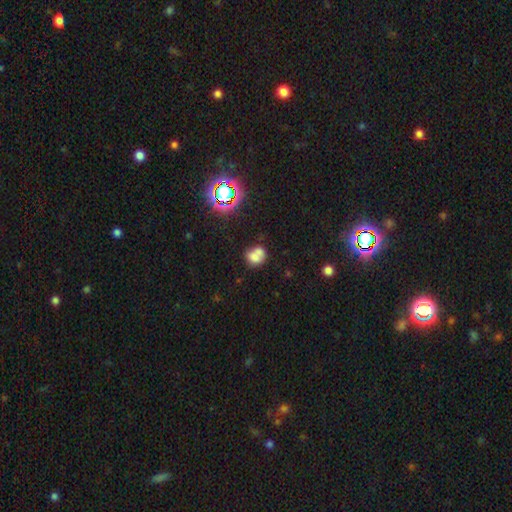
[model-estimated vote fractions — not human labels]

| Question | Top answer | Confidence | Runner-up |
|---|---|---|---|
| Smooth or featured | smooth | 68% | featured or disk (19%) |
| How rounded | round | 60% | in between (38%) |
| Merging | merger | 46% | none (34%) |